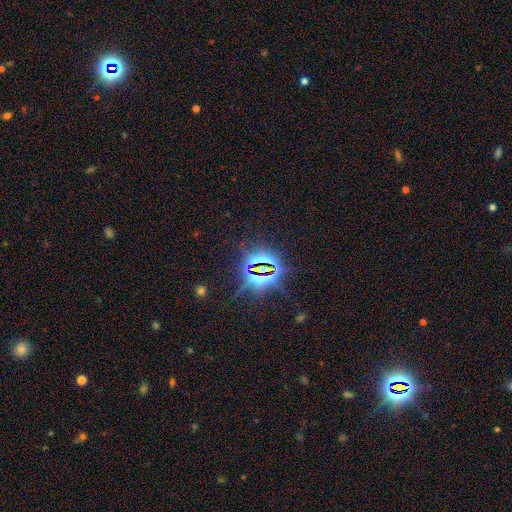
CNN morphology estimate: Smooth or featured?
  - star or artifact: 80% *
  - smooth: 12%
  - featured or disk: 7%